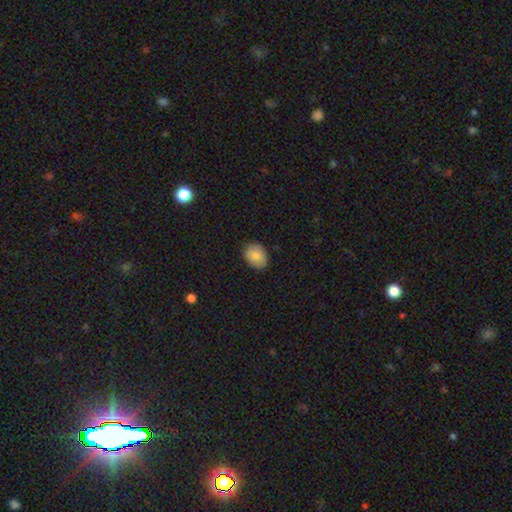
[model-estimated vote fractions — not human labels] smooth_or_featured: smooth (p=0.83) [alt: featured or disk p=0.10]
how_rounded: in between (p=0.70) [alt: round p=0.29]
merging: none (p=0.85) [alt: minor disturbance p=0.12]